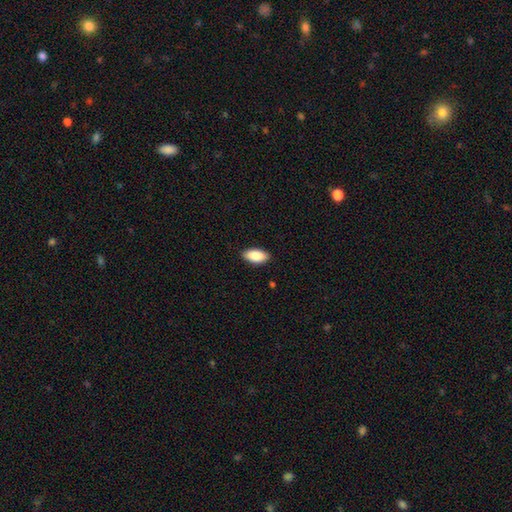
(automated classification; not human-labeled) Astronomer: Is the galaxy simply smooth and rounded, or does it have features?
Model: smooth — 89%.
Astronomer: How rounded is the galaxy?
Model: in between — 93%.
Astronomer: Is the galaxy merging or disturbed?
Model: none — 88%.